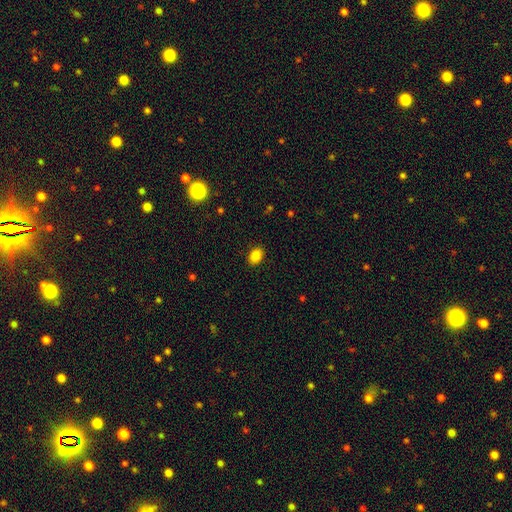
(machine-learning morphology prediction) Smooth or featured?
  - smooth: 86% *
  - star or artifact: 10%
  - featured or disk: 4%
How rounded?
  - in between: 76% *
  - round: 23%
  - cigar-shaped: 1%
Merging?
  - none: 88% *
  - minor disturbance: 8%
  - major disturbance: 2%
  - merger: 1%